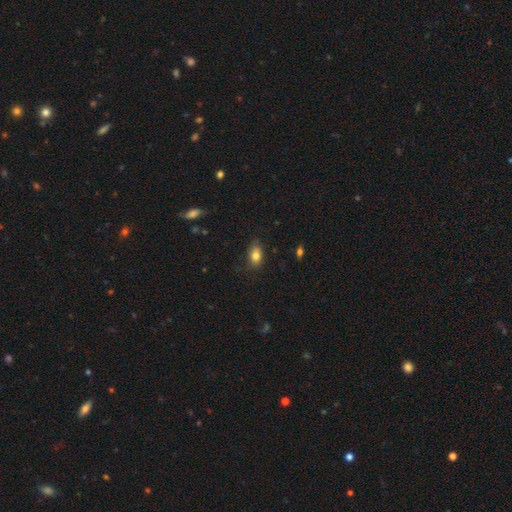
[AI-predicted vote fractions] Smooth or featured? smooth (81%)
How rounded? in between (85%)
Merging? none (74%)